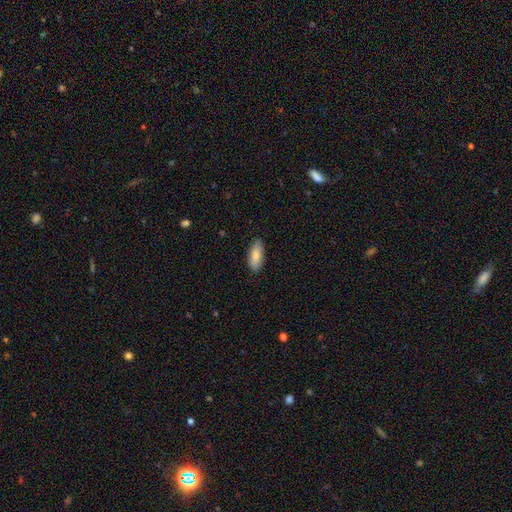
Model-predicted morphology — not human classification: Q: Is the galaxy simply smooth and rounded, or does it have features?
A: smooth — 83%.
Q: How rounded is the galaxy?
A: in between — 85%.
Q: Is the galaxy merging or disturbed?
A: none — 87%.